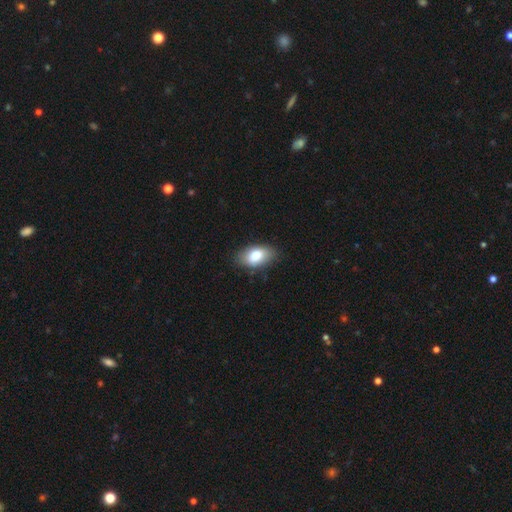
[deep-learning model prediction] smooth_or_featured: smooth (p=0.79) [alt: featured or disk p=0.14]
how_rounded: in between (p=0.91) [alt: round p=0.07]
merging: none (p=0.83) [alt: minor disturbance p=0.13]